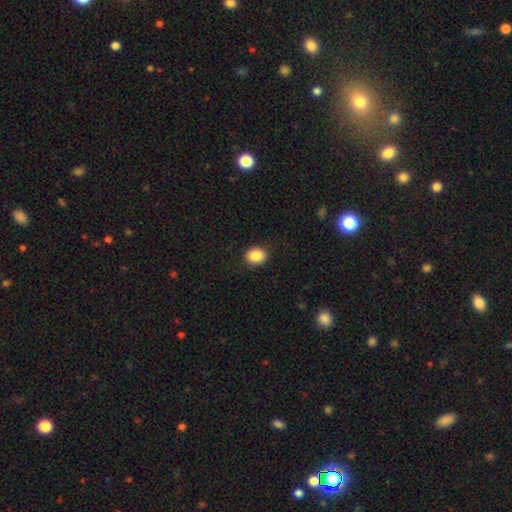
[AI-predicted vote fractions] The model was most divided on "how rounded": round: 56%, in between: 43%, cigar-shaped: 1%. More confident: merging — none (89%); smooth or featured — smooth (87%).